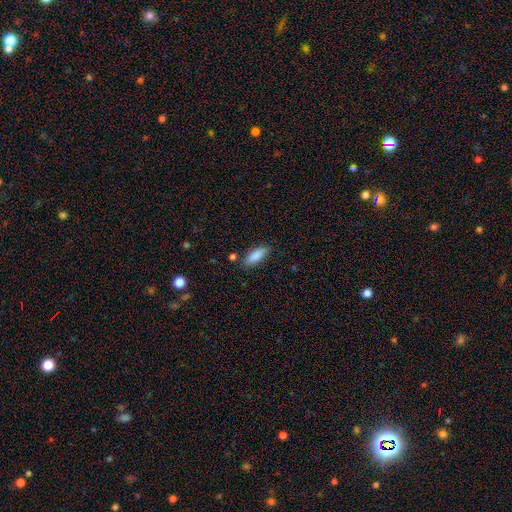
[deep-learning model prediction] Smooth or featured? Predicted: smooth (p=0.86). How rounded? Predicted: in between (p=0.60). Merging? Predicted: none (p=0.80).